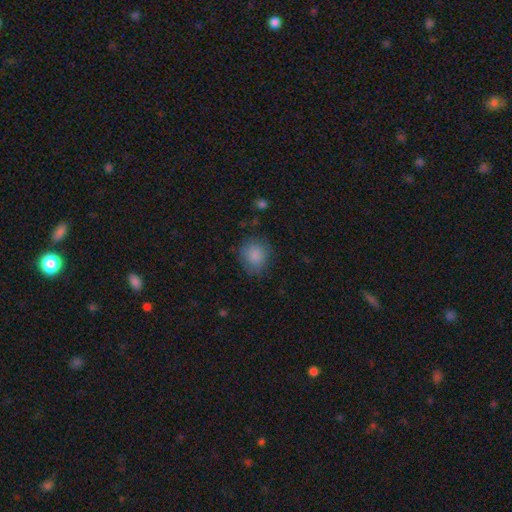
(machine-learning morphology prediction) Q: Smooth or featured?
A: smooth (84%); runner-up: star or artifact (9%)
Q: How rounded?
A: round (78%); runner-up: in between (21%)
Q: Merging?
A: none (74%); runner-up: minor disturbance (19%)